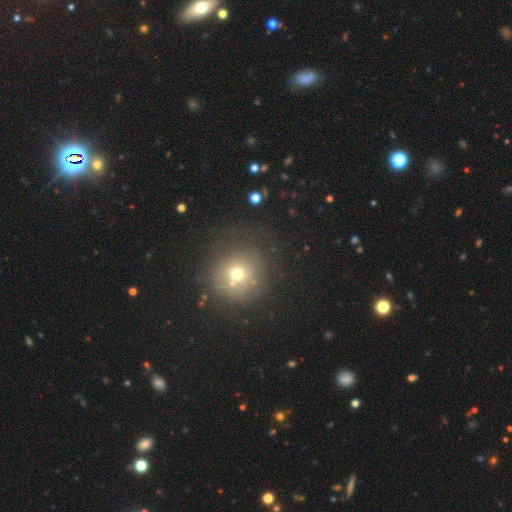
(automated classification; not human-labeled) Q: Smooth or featured?
A: smooth (52%); runner-up: star or artifact (32%)
Q: How rounded?
A: round (93%); runner-up: in between (6%)
Q: Merging?
A: none (86%); runner-up: minor disturbance (8%)